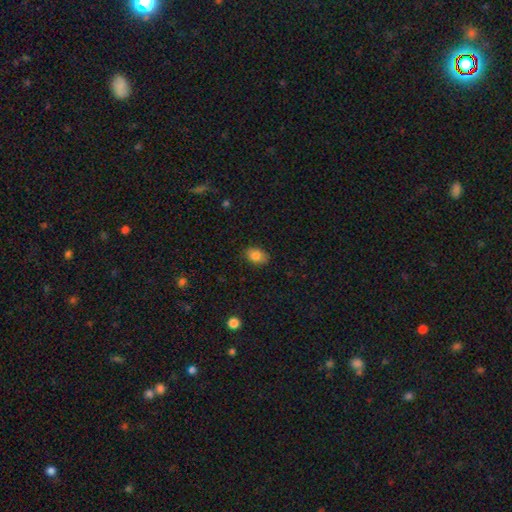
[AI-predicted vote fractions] Morphology: type=smooth (83%); roundness=in between (78%); merging=none (83%).